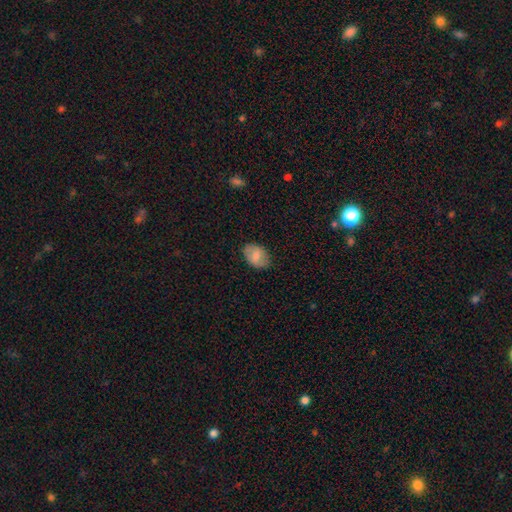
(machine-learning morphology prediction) This is likely a smooth galaxy (73%). How rounded: clearly in between (82%). Merging: clearly none (81%).